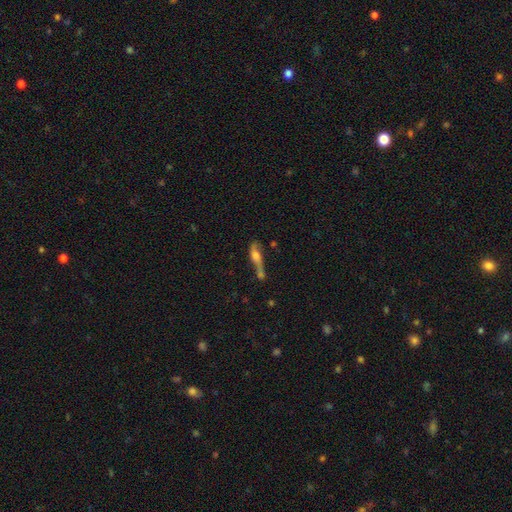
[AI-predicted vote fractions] A featured or disk galaxy (52%).

Vote fractions:
- Smooth or featured? featured or disk: 52% / smooth: 38% / star or artifact: 11%
- Edge-on disk? no: 56% / yes: 44%
- Merging? merger: 35% / none: 29% / major disturbance: 19% / minor disturbance: 18%